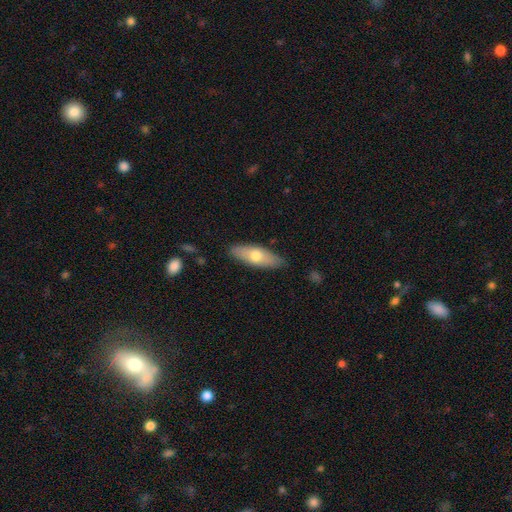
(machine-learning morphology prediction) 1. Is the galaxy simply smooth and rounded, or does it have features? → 62% smooth, 33% featured or disk, 6% star or artifact.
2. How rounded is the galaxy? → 63% in between, 35% cigar-shaped, 3% round.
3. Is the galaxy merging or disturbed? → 85% none, 11% minor disturbance, 2% major disturbance, 1% merger.